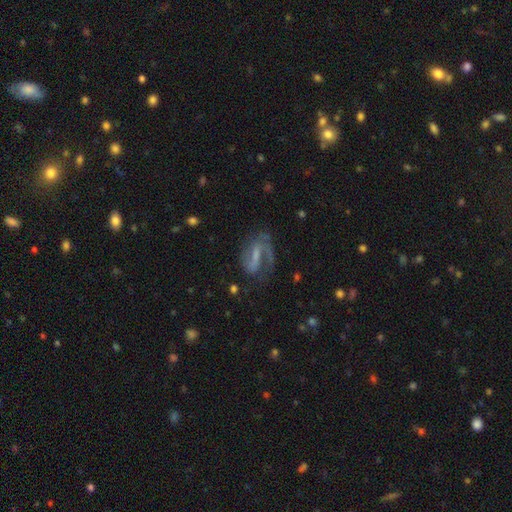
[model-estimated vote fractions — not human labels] smooth-or-featured: featured or disk: 75% | smooth: 16% | star or artifact: 9%
  disk-edge-on: no: 94% | yes: 6%
    bar: strong: 46% | weak: 37% | no: 17%
    has-spiral-arms: yes: 89% | no: 11%
      spiral-winding: medium: 47% | loose: 30% | tight: 23%
      spiral-arm-count: 2: 60% | 1: 29% | can't tell: 7% | 3: 2% | 4: 1% | more than 4: 1%
    bulge-size: none: 37% | small: 36% | moderate: 21% | large: 5% | dominant: 2%
  merging: none: 57% | major disturbance: 21% | minor disturbance: 19% | merger: 3%